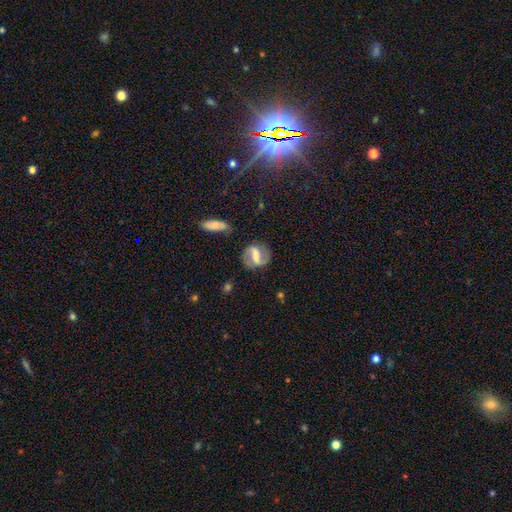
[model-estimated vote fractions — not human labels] featured or disk 77%, smooth 16%, star or artifact 6%. Down the decision tree: edge-on disk — no (96%); bar — strong (54%); spiral arms — yes (90%); spiral arm count — 2 (90%); spiral winding — medium (47%); bulge size — moderate (39%); merging — none (78%).